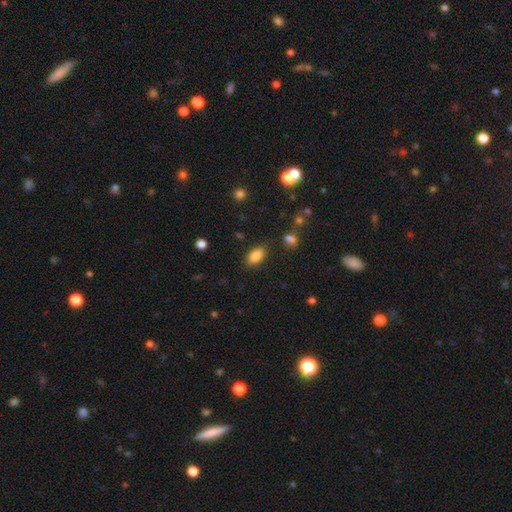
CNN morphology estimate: Smooth or featured? Predicted: smooth (p=0.86). How rounded? Predicted: in between (p=0.91). Merging? Predicted: none (p=0.83).